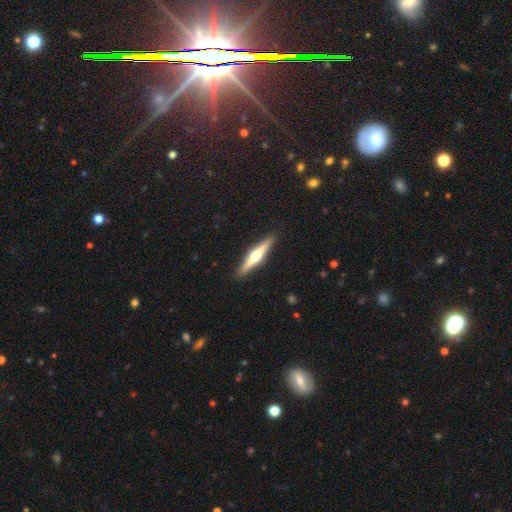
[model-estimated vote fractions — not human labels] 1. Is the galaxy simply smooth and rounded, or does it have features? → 68% featured or disk, 27% smooth, 5% star or artifact.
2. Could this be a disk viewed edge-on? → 97% yes, 3% no.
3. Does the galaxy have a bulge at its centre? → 93% rounded, 4% boxy, 4% none.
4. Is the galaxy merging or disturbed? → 91% none, 6% minor disturbance, 1% major disturbance, 1% merger.